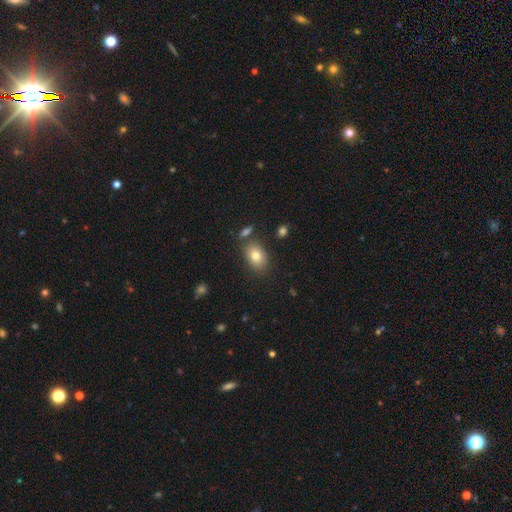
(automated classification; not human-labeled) A smooth galaxy with no disk features (80%) that is in between round and cigar-shaped (81%).

Vote fractions:
- Smooth or featured? smooth: 80% / featured or disk: 11% / star or artifact: 9%
- How rounded? in between: 81% / round: 18% / cigar-shaped: 1%
- Merging? none: 77% / minor disturbance: 13% / merger: 7% / major disturbance: 3%